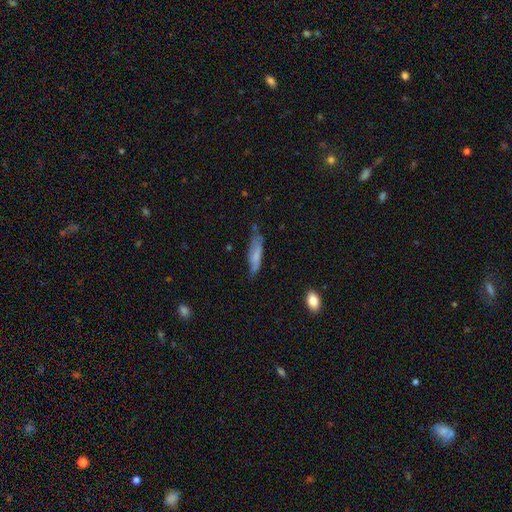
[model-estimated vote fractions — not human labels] smooth_or_featured: smooth (p=0.68) [alt: featured or disk p=0.25]
how_rounded: cigar-shaped (p=0.69) [alt: in between p=0.29]
merging: none (p=0.57) [alt: minor disturbance p=0.31]